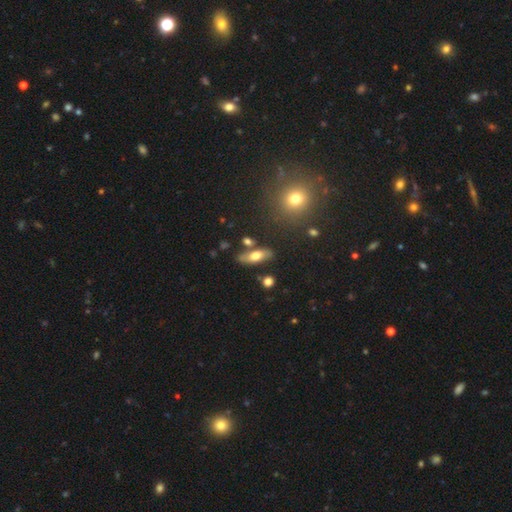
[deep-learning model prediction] smooth_or_featured: smooth (p=0.65) [alt: featured or disk p=0.28]
how_rounded: in between (p=0.72) [alt: cigar-shaped p=0.24]
merging: none (p=0.77) [alt: minor disturbance p=0.12]